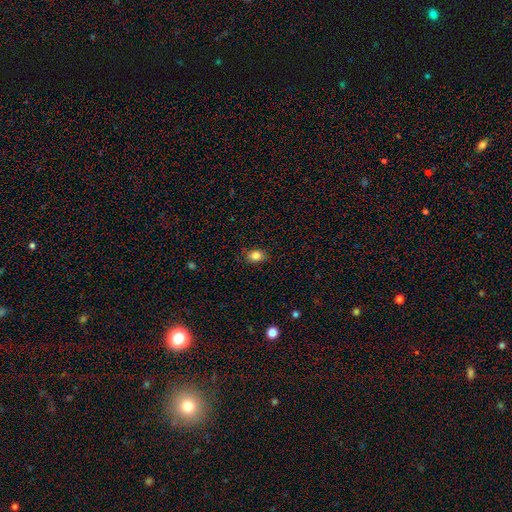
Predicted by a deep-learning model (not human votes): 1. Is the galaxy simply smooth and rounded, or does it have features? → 83% smooth, 10% star or artifact, 7% featured or disk.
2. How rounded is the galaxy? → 65% in between, 34% round, 1% cigar-shaped.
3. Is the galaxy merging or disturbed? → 85% none, 12% minor disturbance, 2% major disturbance, 1% merger.